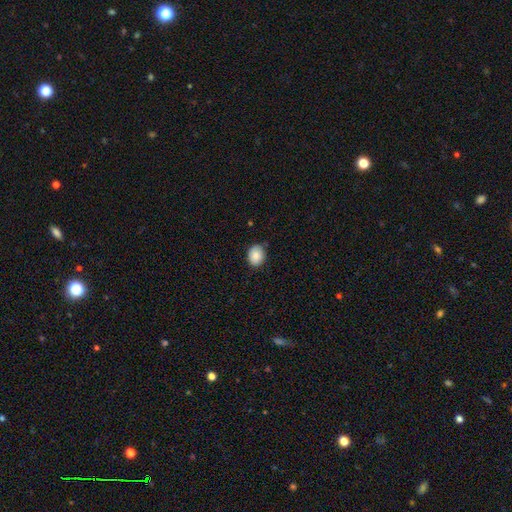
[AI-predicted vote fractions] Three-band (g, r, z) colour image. It shows a smooth galaxy with no disk features (85%) that is round (52%). Merging: none (82%).